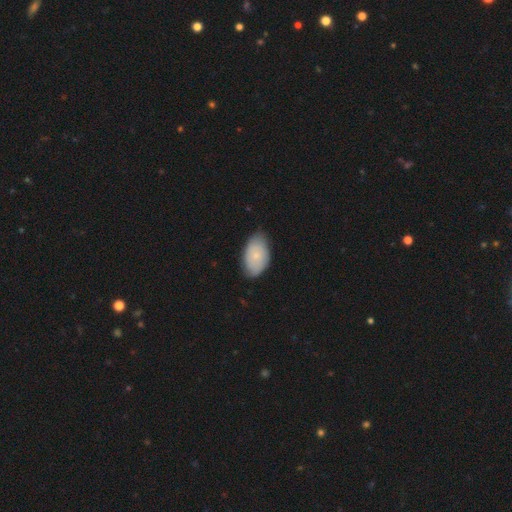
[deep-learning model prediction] smooth_or_featured: smooth (p=0.71) [alt: featured or disk p=0.23]
how_rounded: in between (p=0.92) [alt: round p=0.06]
merging: none (p=0.71) [alt: minor disturbance p=0.25]